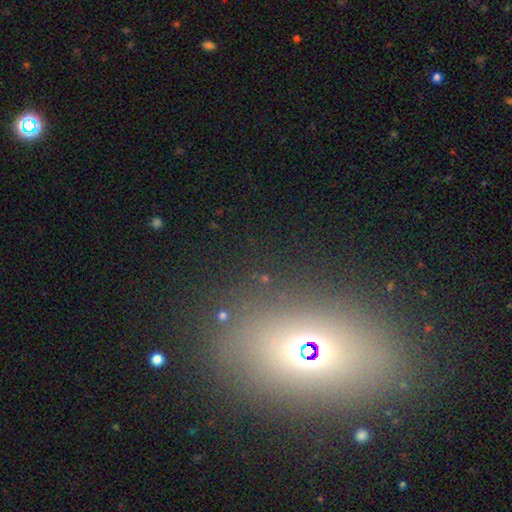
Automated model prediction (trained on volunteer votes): smooth-or-featured: smooth: 41% | star or artifact: 39% | featured or disk: 20%
  merging: none: 82% | minor disturbance: 9% | major disturbance: 5% | merger: 4%